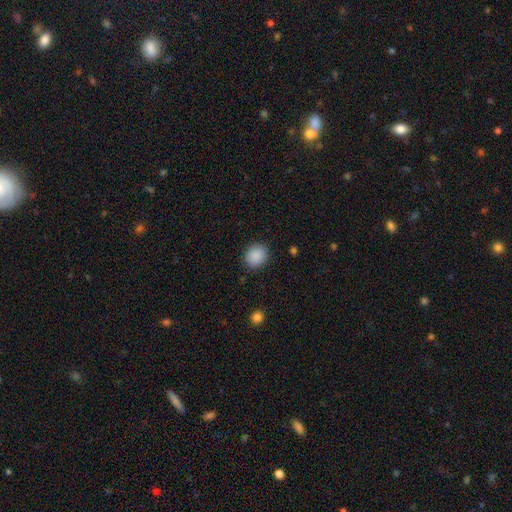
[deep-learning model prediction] This appears to be a smooth galaxy with no disk features (89%) that is round (67%). Merging: none (88%).